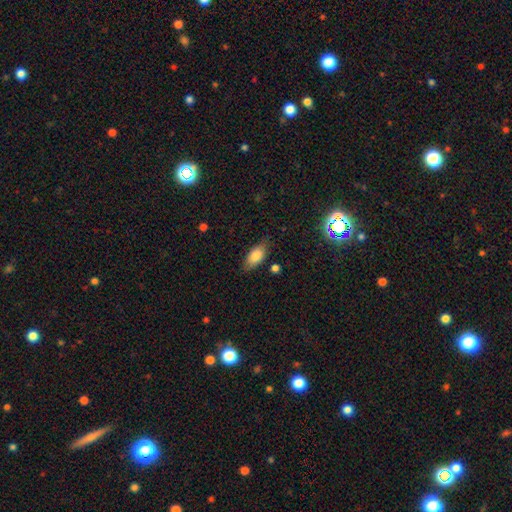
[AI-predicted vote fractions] Smooth or featured? Predicted: smooth (p=0.82). How rounded? Predicted: in between (p=0.87). Merging? Predicted: none (p=0.77).